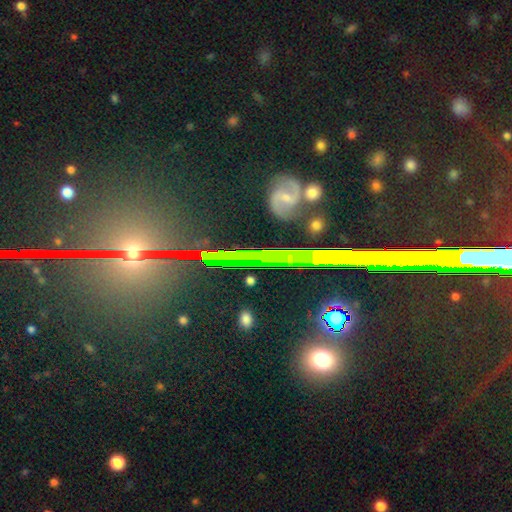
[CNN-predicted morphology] Q: Smooth or featured?
A: star or artifact (71%); runner-up: featured or disk (17%)